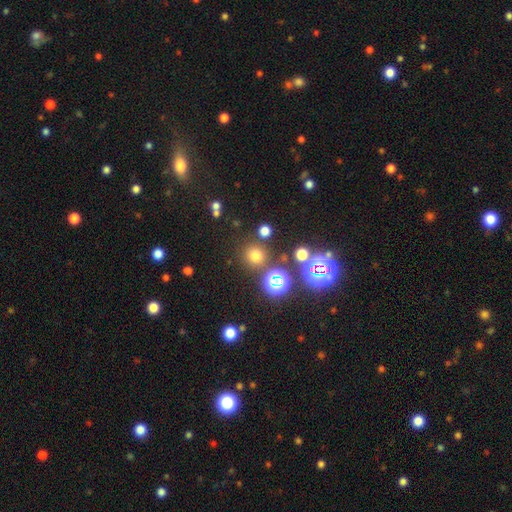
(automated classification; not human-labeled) Morphology: type=smooth (65%); roundness=round (93%); merging=none (83%).